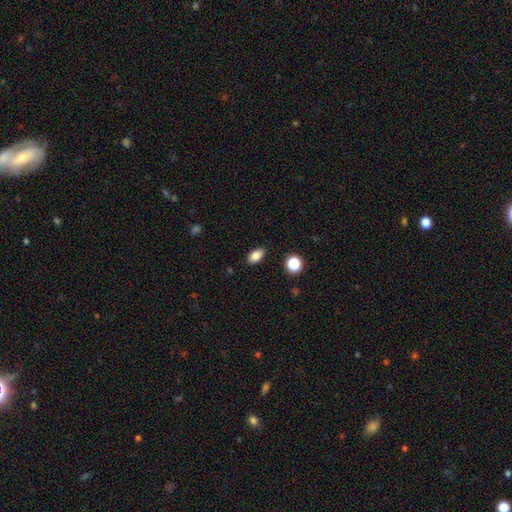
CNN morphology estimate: Smooth or featured: smooth — 85% (star or artifact — 9%)
How rounded: in between — 90% (round — 8%)
Merging: none — 88% (minor disturbance — 8%)